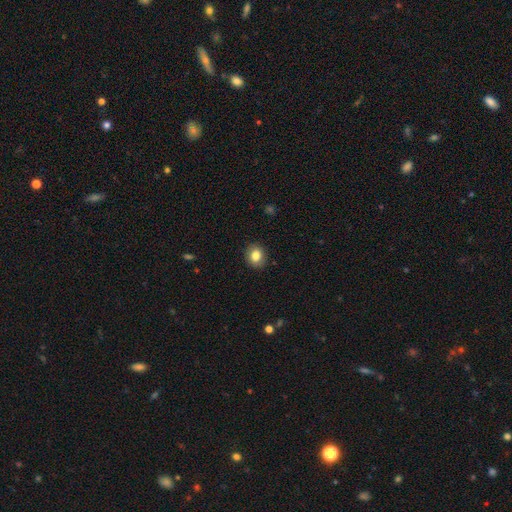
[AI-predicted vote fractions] This is clearly a smooth galaxy (84%). How rounded: likely round (65%). Merging: clearly none (89%).